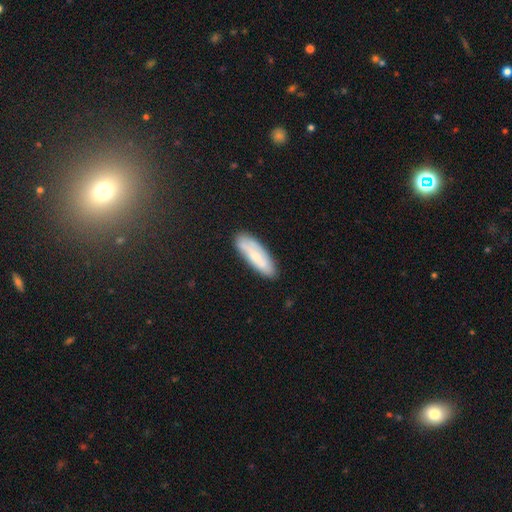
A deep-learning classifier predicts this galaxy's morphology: This is likely a smooth galaxy (63%). How rounded: possibly cigar-shaped (51%). Merging: clearly none (81%).